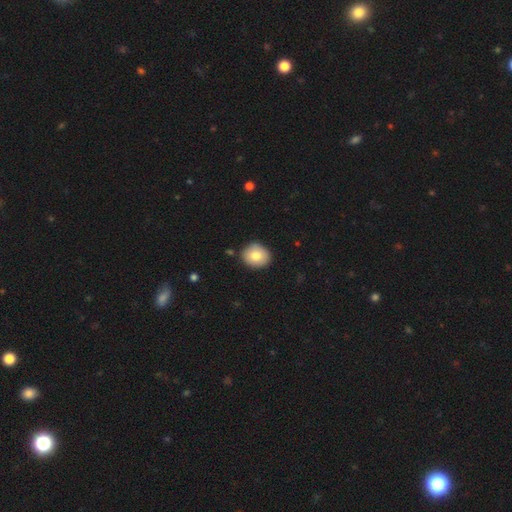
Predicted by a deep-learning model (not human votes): Morphology: type=smooth (79%); roundness=round (74%); merging=none (88%).